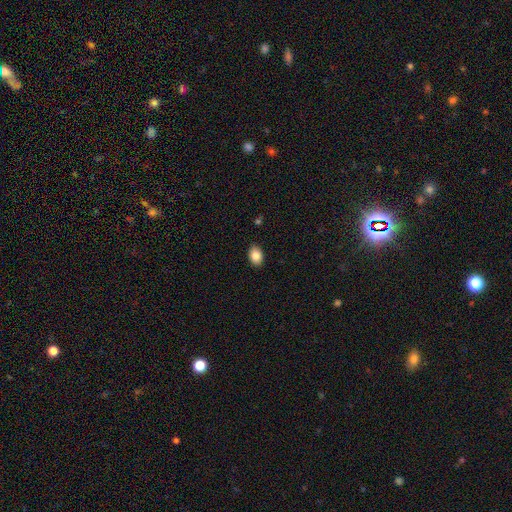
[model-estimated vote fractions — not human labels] Smooth or featured? Predicted: smooth (p=0.85). How rounded? Predicted: in between (p=0.81). Merging? Predicted: none (p=0.88).